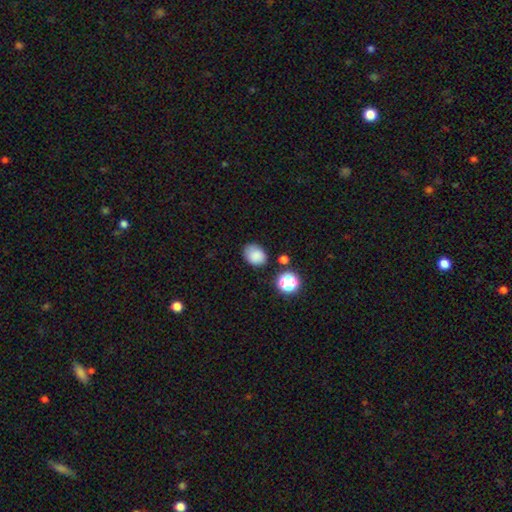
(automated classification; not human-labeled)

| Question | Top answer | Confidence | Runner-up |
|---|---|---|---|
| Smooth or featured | smooth | 83% | star or artifact (11%) |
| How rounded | in between | 60% | round (39%) |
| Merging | none | 73% | minor disturbance (17%) |